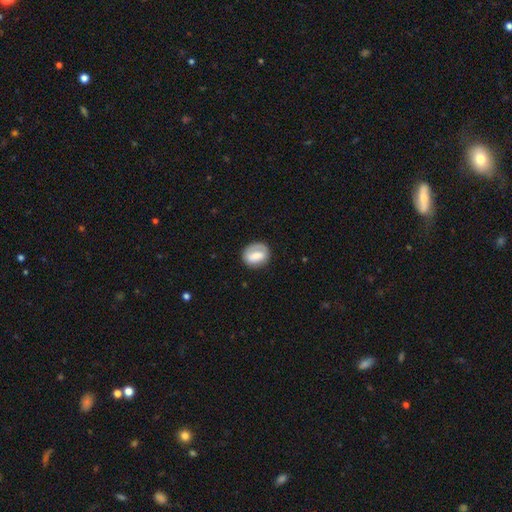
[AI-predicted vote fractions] Smooth or featured? Predicted: smooth (p=0.64). How rounded? Predicted: round (p=0.60). Merging? Predicted: none (p=0.71).